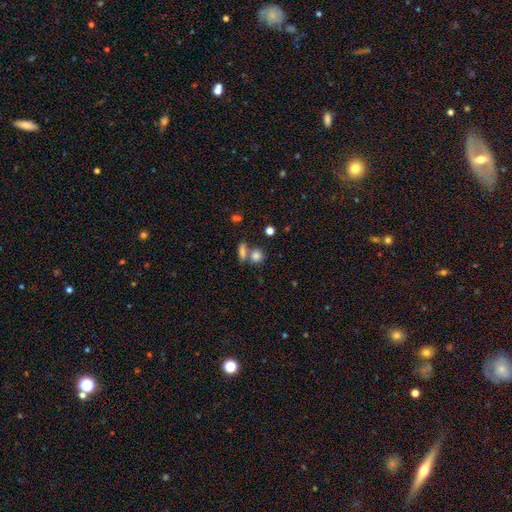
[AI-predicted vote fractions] Morphology: type=smooth (80%); roundness=round (70%); merging=none (52%).